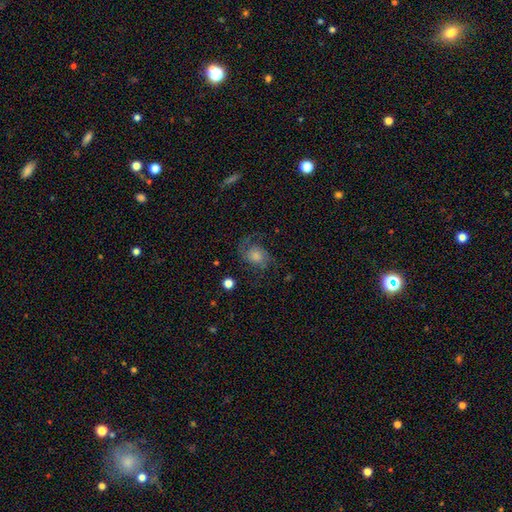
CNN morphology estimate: A featured or disk galaxy (71%) with no bar (73%), 2 (73%) medium (48%) spiral arms (94%) and a moderate central bulge (42%). Merging: none (70%).